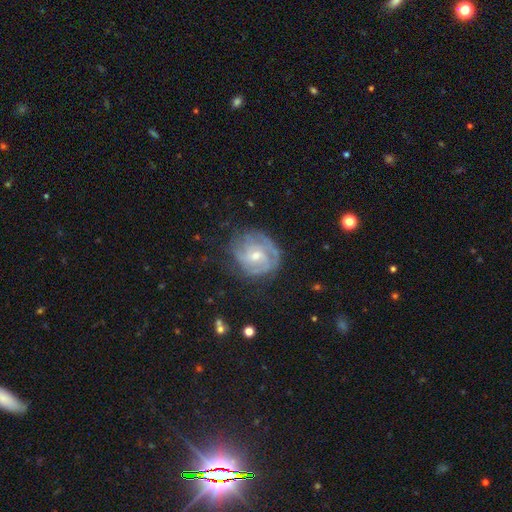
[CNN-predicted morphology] smooth-or-featured: featured or disk: 75% | smooth: 19% | star or artifact: 7%
  disk-edge-on: no: 97% | yes: 3%
    bar: no: 59% | weak: 36% | strong: 6%
    has-spiral-arms: yes: 85% | no: 15%
      spiral-winding: tight: 58% | medium: 32% | loose: 11%
      spiral-arm-count: can't tell: 42% | 2: 23% | 3: 19% | 4: 7% | 1: 6% | more than 4: 4%
    bulge-size: moderate: 49% | small: 46% | large: 2% | none: 2% | dominant: 1%
  merging: none: 63% | minor disturbance: 23% | major disturbance: 12% | merger: 2%